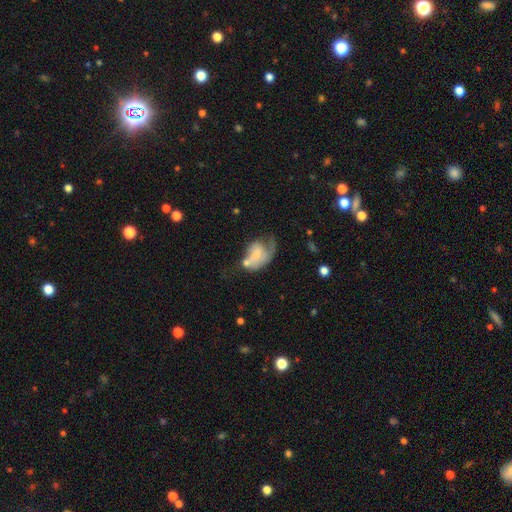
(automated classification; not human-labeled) The model was most divided on "smooth or featured": featured or disk: 51%, smooth: 41%, star or artifact: 8%. Remaining: edge-on disk — no (97%); merging — major disturbance (38%).